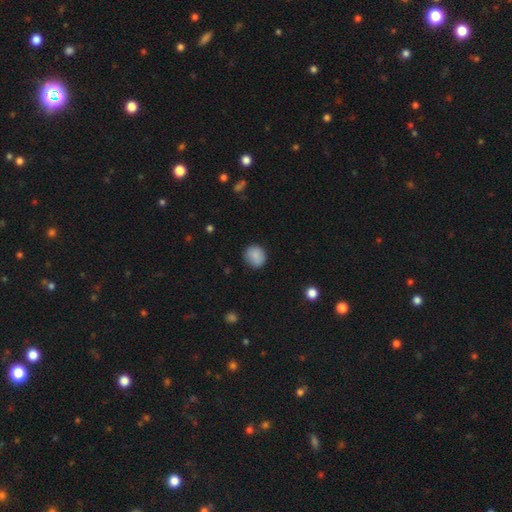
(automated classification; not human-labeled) A smooth galaxy with no disk features (85%) that is round (83%).

Vote fractions:
- Smooth or featured? smooth: 85% / star or artifact: 8% / featured or disk: 6%
- How rounded? round: 83% / in between: 16% / cigar-shaped: 1%
- Merging? none: 83% / minor disturbance: 13% / major disturbance: 3% / merger: 1%